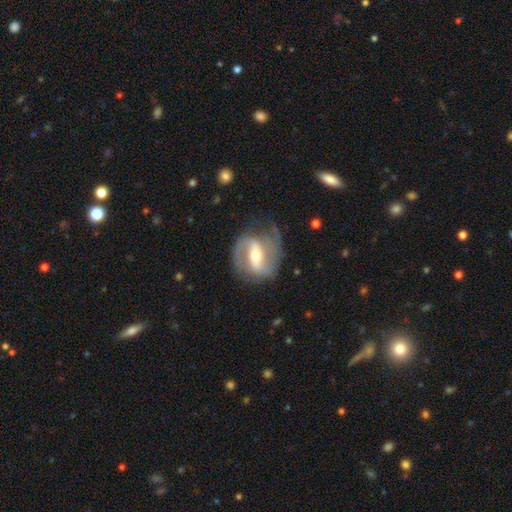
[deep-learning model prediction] Morphology: type=featured or disk (85%); edge-on=no (96%); bar=strong (51%); spiral arms=yes (93%); winding=medium (50%); arm count=2 (83%); bulge=moderate (62%); merging=none (66%).